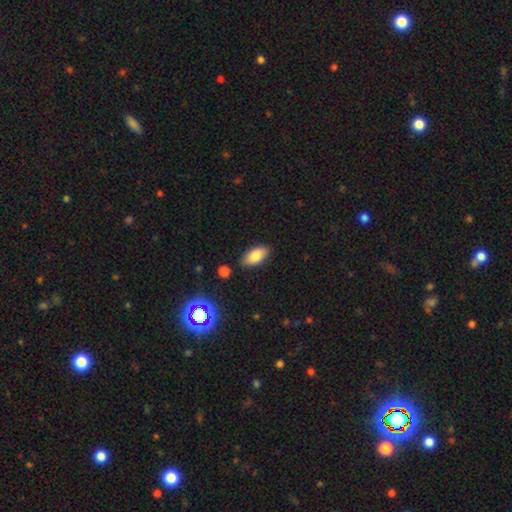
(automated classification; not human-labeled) smooth-or-featured: smooth: 81% | featured or disk: 10% | star or artifact: 9%
  how-rounded: in between: 91% | cigar-shaped: 5% | round: 3%
  merging: none: 82% | minor disturbance: 13% | merger: 2% | major disturbance: 2%